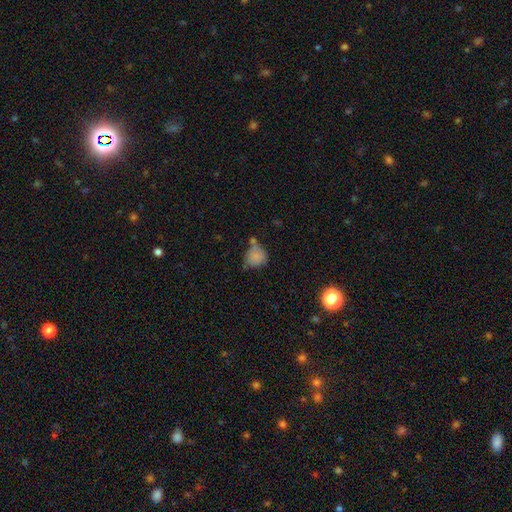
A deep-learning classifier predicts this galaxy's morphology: A smooth galaxy with no disk features (79%) that is round (69%). Merging: none (42%).